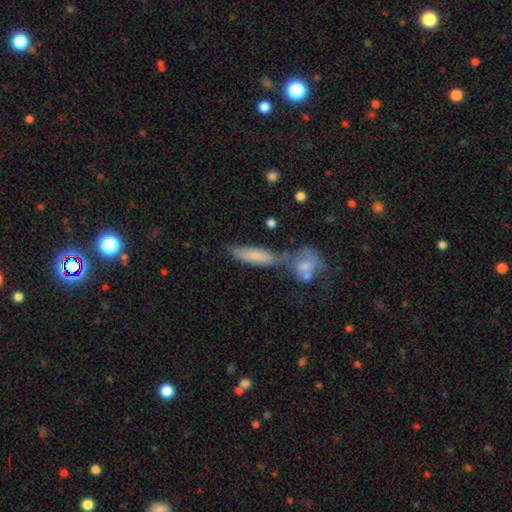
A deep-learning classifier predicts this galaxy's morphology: smooth_or_featured: smooth (p=0.74) [alt: featured or disk p=0.18]
how_rounded: cigar-shaped (p=0.56) [alt: in between p=0.41]
merging: none (p=0.43) [alt: merger p=0.36]